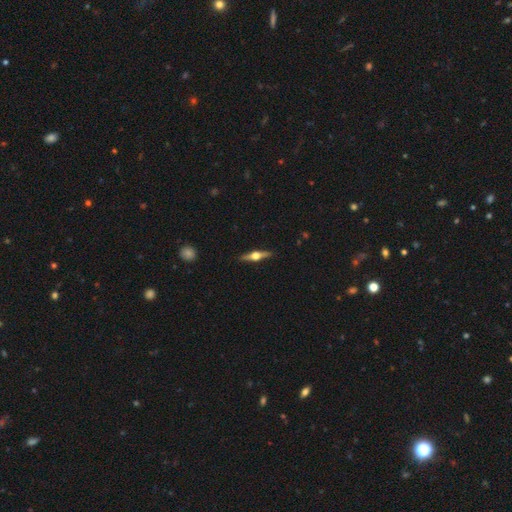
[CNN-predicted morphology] Q: Smooth or featured?
A: featured or disk (77%); runner-up: smooth (18%)
Q: Edge-on disk?
A: yes (98%); runner-up: no (2%)
Q: Edge-on bulge?
A: rounded (96%); runner-up: boxy (3%)
Q: Merging?
A: none (91%); runner-up: minor disturbance (7%)